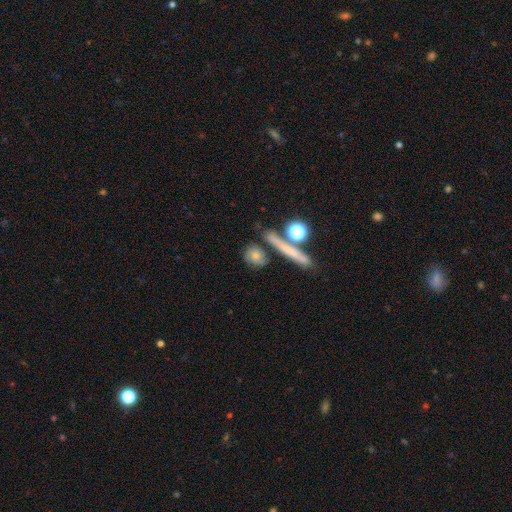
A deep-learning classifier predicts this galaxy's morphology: Q: Smooth or featured?
A: smooth (64%); runner-up: featured or disk (24%)
Q: How rounded?
A: round (60%); runner-up: cigar-shaped (21%)
Q: Merging?
A: none (68%); runner-up: minor disturbance (14%)